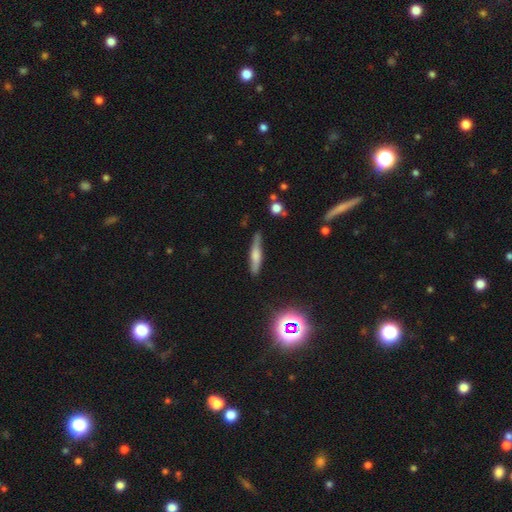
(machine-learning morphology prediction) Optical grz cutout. It shows a smooth galaxy with no disk features (50%). Merging: none (73%).